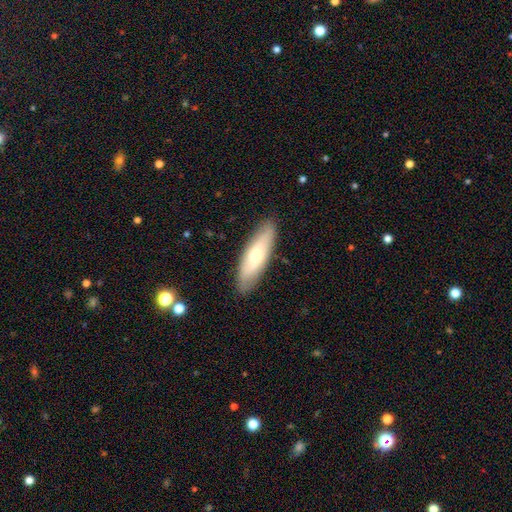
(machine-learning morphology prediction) smooth_or_featured: smooth (p=0.56) [alt: featured or disk p=0.38]
how_rounded: cigar-shaped (p=0.51) [alt: in between p=0.47]
merging: none (p=0.87) [alt: minor disturbance p=0.10]